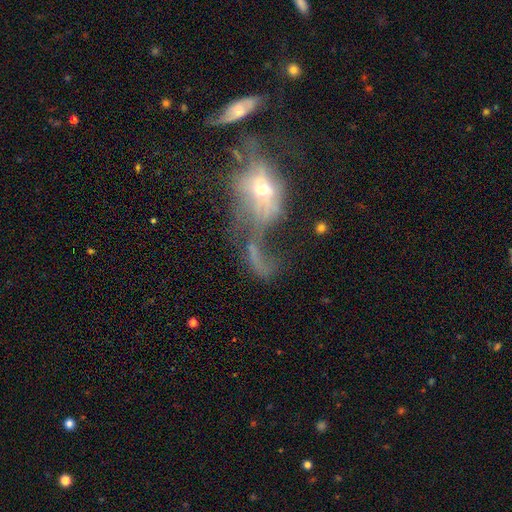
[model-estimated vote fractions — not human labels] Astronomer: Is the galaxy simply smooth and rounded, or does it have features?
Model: featured or disk — 51% (runner-up: smooth, 32%).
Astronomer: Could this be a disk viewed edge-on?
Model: no — 87%.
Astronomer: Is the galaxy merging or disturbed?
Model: major disturbance — 49% (runner-up: merger, 27%).